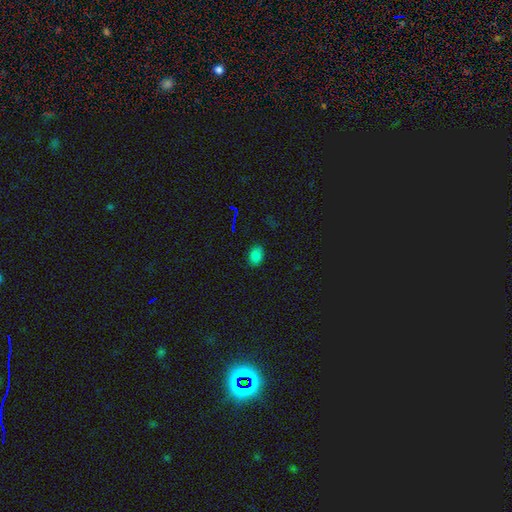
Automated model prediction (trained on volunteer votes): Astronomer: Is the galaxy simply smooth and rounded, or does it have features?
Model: smooth — 79%.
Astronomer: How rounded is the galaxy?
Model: in between — 75%.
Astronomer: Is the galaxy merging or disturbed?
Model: none — 85%.